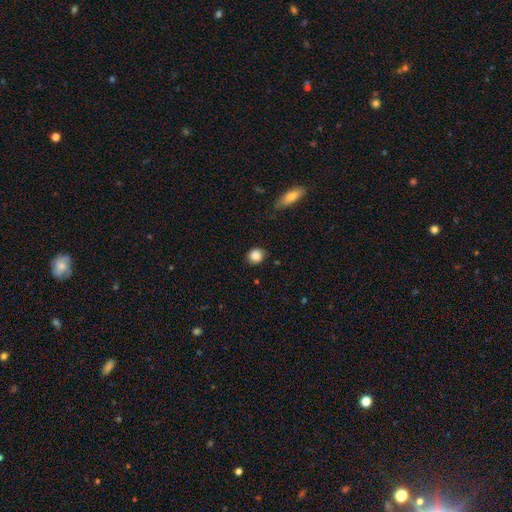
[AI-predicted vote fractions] Q: Smooth or featured?
A: smooth (86%); runner-up: star or artifact (9%)
Q: How rounded?
A: round (81%); runner-up: in between (18%)
Q: Merging?
A: none (78%); runner-up: minor disturbance (16%)